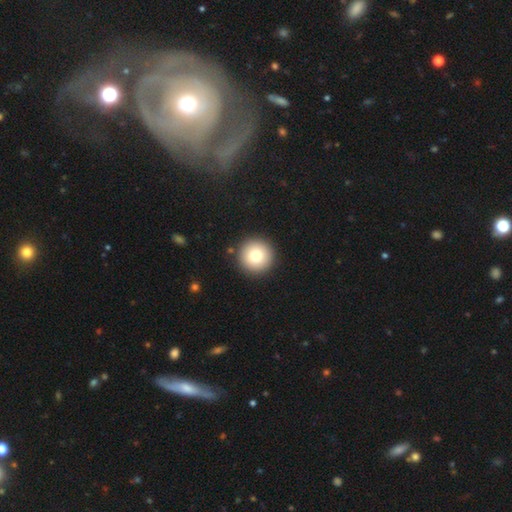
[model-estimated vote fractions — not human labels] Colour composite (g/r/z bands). It shows a smooth galaxy with no disk features (78%) that is round (96%). Merging: none (92%).